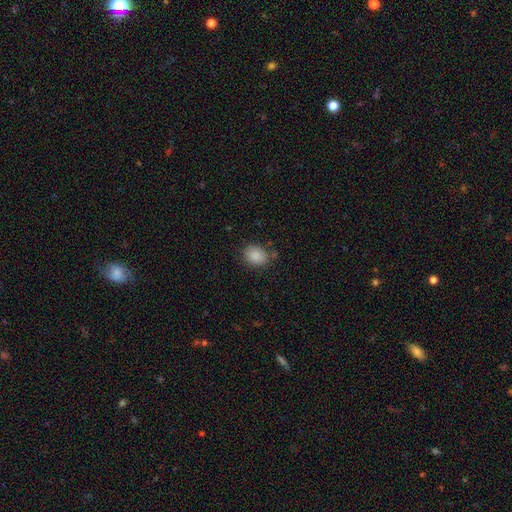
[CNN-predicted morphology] This appears to be a smooth galaxy with no disk features (87%) that is round (51%). Merging: none (76%).